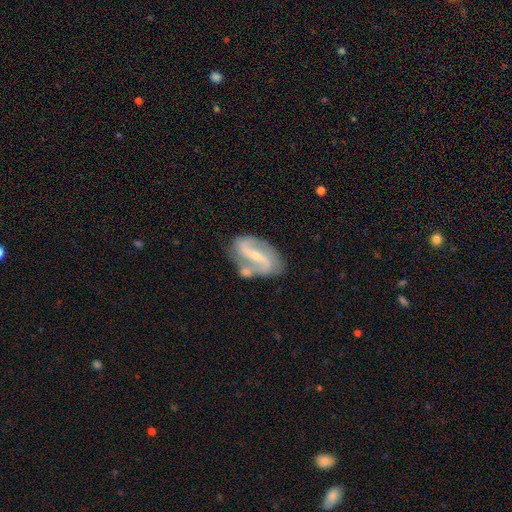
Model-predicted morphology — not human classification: smooth-or-featured: featured or disk: 87% | smooth: 8% | star or artifact: 5%
  disk-edge-on: no: 96% | yes: 4%
    bar: strong: 49% | weak: 32% | no: 19%
    has-spiral-arms: yes: 95% | no: 5%
      spiral-winding: loose: 44% | medium: 41% | tight: 15%
      spiral-arm-count: 2: 92% | can't tell: 3% | 1: 2% | 3: 1% | 4: 1% | more than 4: 1%
    bulge-size: small: 67% | moderate: 27% | none: 4% | large: 1% | dominant: 1%
  merging: none: 65% | minor disturbance: 16% | merger: 13% | major disturbance: 6%